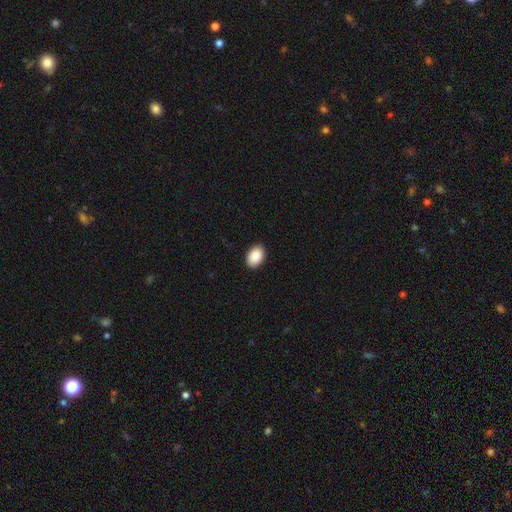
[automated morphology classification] A smooth galaxy with no disk features (90%) that is in between round and cigar-shaped (86%).

Vote fractions:
- Smooth or featured? smooth: 90% / star or artifact: 7% / featured or disk: 4%
- How rounded? in between: 86% / round: 13% / cigar-shaped: 1%
- Merging? none: 91% / minor disturbance: 7% / major disturbance: 2% / merger: 1%